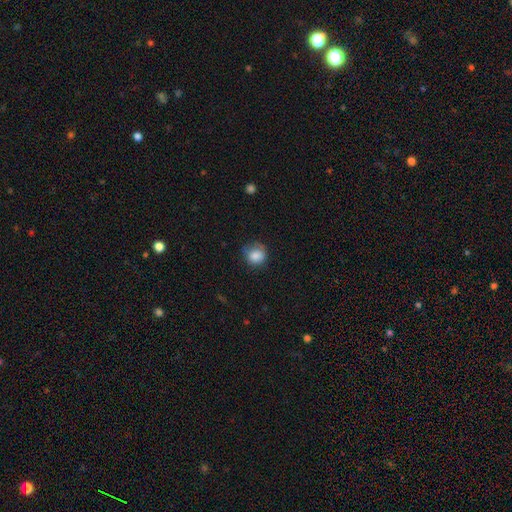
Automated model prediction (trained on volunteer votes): A smooth galaxy with no disk features (84%) that is round (83%). Merging: none (61%).